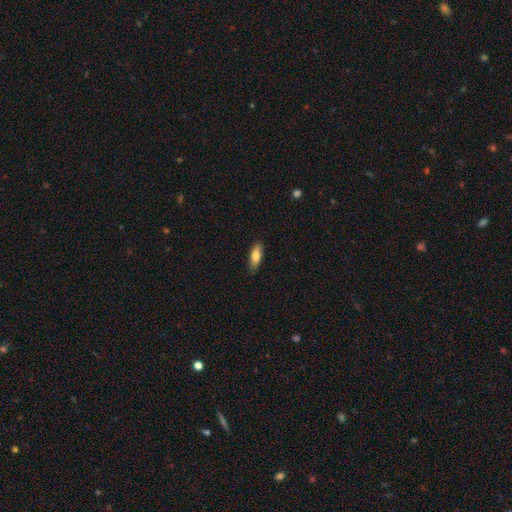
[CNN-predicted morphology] Overall: smooth (80%). How rounded: in between (69%; cigar-shaped 29%). Merging: none (83%).